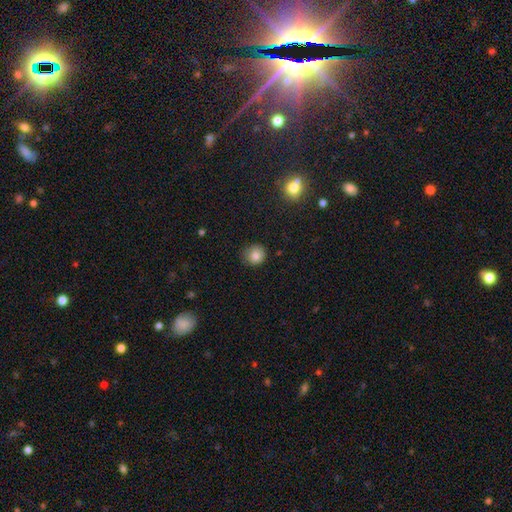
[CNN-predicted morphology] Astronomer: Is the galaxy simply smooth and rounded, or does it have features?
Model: smooth — 81%.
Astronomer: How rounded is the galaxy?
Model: round — 88%.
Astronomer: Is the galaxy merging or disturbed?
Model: none — 79%.